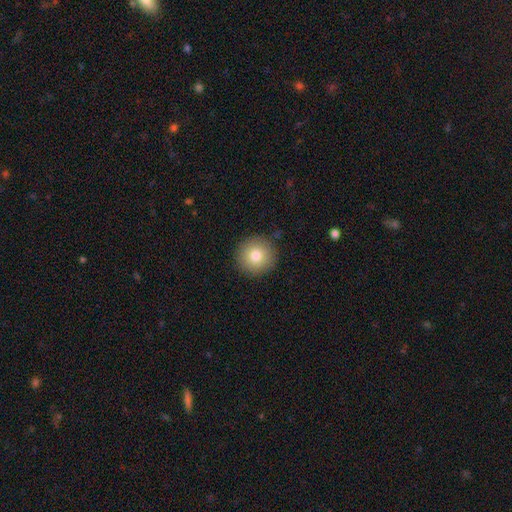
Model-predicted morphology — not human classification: Smooth or featured? smooth (81%)
How rounded? round (95%)
Merging? none (91%)